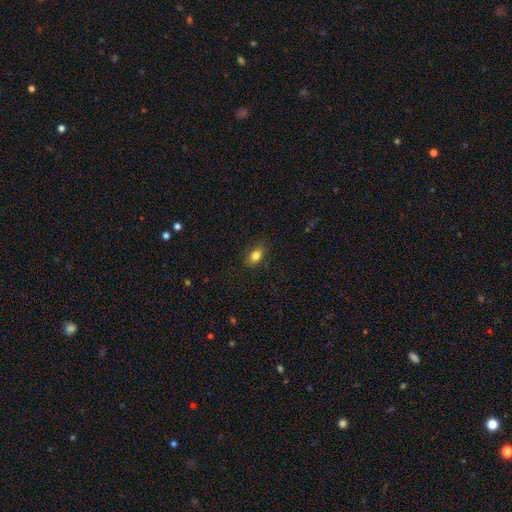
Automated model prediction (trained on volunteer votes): Morphology: type=smooth (82%); roundness=in between (79%); merging=none (82%).